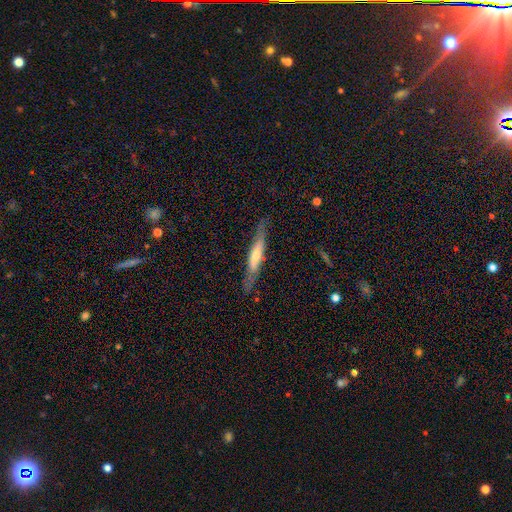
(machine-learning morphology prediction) Smooth or featured: featured or disk — 60% (smooth — 33%)
Edge-on disk: yes — 88% (no — 12%)
Edge-on bulge: rounded — 56% (none — 31%)
Merging: none — 83% (minor disturbance — 13%)